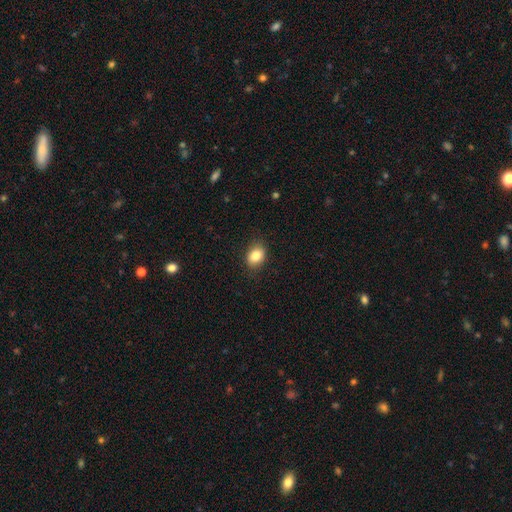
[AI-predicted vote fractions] This appears to be a smooth galaxy with no disk features (84%) that is in between round and cigar-shaped (68%). Merging: none (85%).